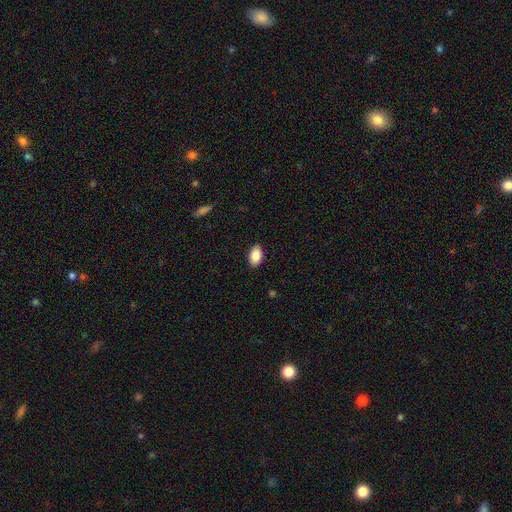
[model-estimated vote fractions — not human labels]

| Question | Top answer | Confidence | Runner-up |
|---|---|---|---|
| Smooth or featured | smooth | 87% | star or artifact (7%) |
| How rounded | in between | 92% | round (7%) |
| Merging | none | 89% | minor disturbance (8%) |